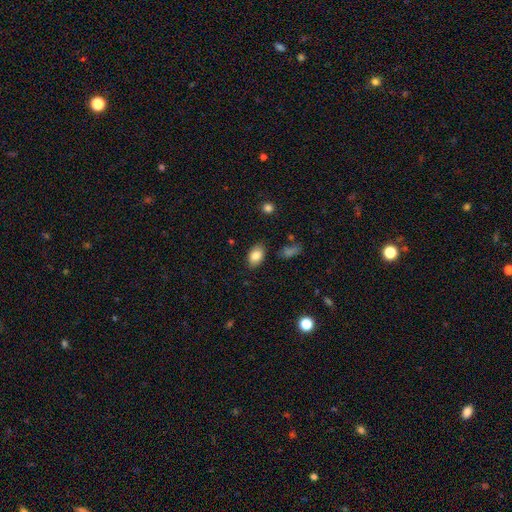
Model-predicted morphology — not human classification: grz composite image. It shows a smooth galaxy with no disk features (84%) that is in between round and cigar-shaped (87%). Merging: none (83%).